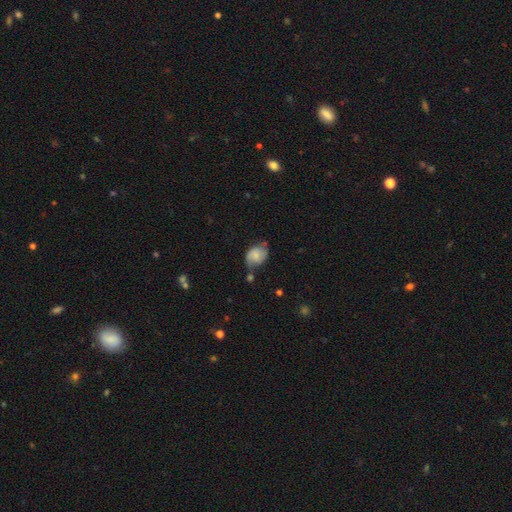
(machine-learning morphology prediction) Smooth or featured: smooth — 53% (featured or disk — 39%)
How rounded: in between — 59% (round — 40%)
Merging: none — 51% (minor disturbance — 31%)